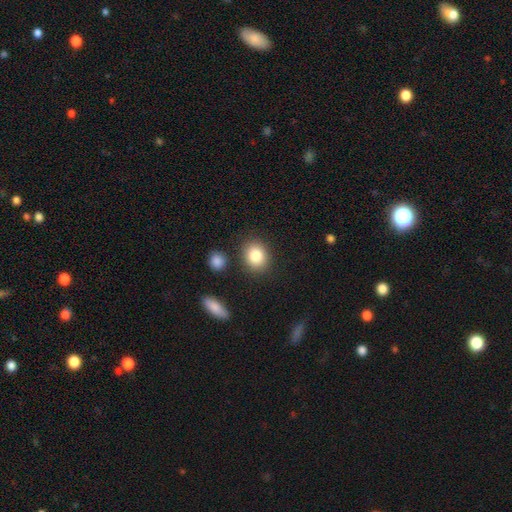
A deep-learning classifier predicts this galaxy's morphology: smooth 84%, star or artifact 8%, featured or disk 7%. Down the decision tree: how rounded — round (57%); merging — none (83%).